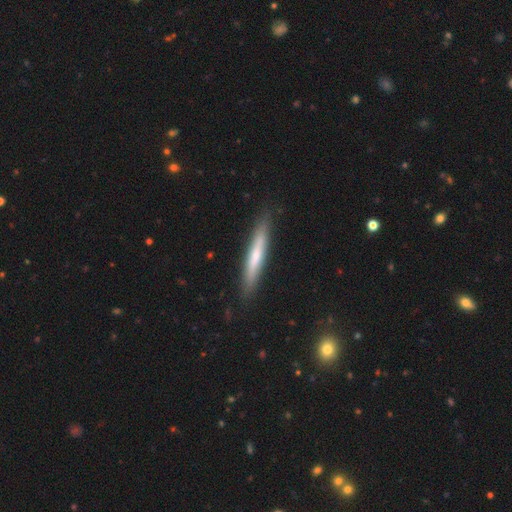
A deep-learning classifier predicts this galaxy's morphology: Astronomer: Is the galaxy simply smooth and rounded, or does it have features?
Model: smooth — 54% (runner-up: featured or disk, 41%).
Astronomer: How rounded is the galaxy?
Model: cigar-shaped — 94%.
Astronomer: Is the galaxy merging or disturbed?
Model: none — 88%.